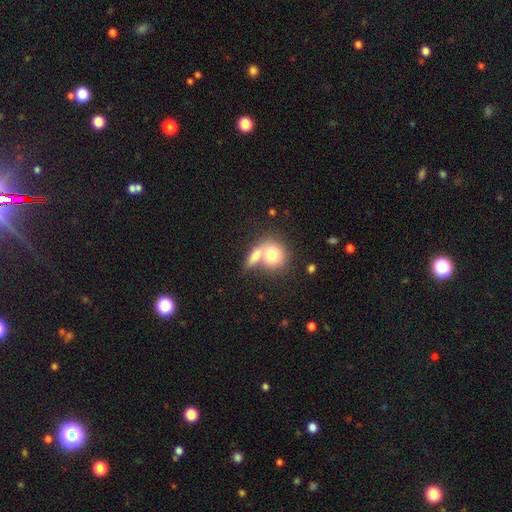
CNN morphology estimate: smooth 76%, featured or disk 17%, star or artifact 7%. Down the decision tree: how rounded — round (55%); merging — merger (53%).